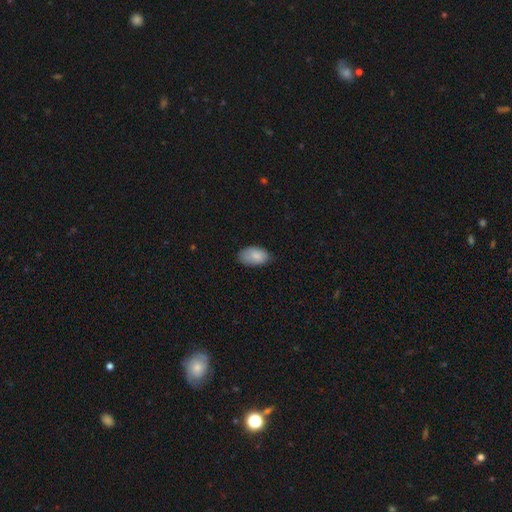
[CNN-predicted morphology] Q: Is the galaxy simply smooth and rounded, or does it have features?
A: smooth — 84%.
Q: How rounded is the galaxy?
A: in between — 93%.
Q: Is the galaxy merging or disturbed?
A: none — 69%.